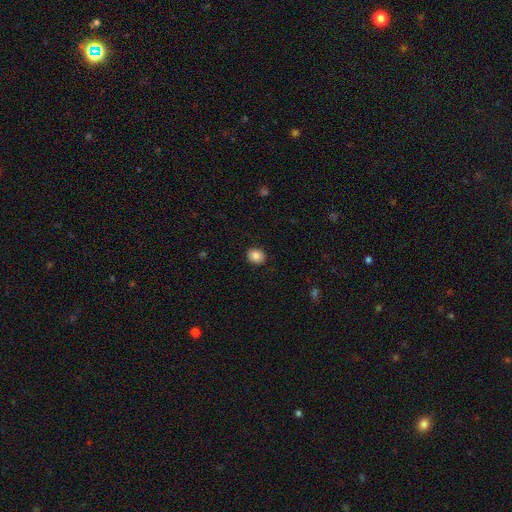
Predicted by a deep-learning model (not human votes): Morphology: type=smooth (84%); roundness=round (67%); merging=none (90%).